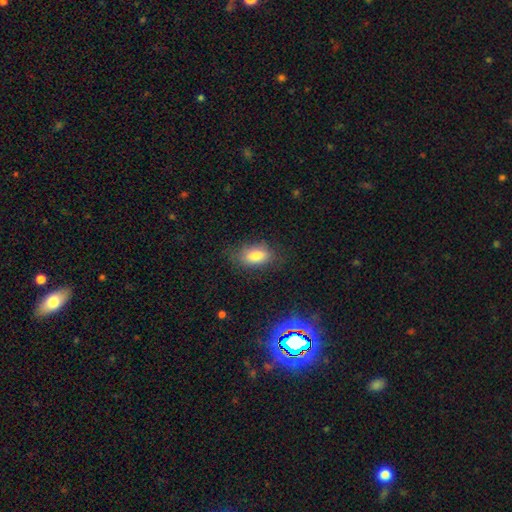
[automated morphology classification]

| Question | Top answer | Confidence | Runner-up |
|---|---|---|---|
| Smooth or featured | smooth | 80% | featured or disk (11%) |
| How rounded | in between | 89% | round (6%) |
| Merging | none | 73% | minor disturbance (18%) |